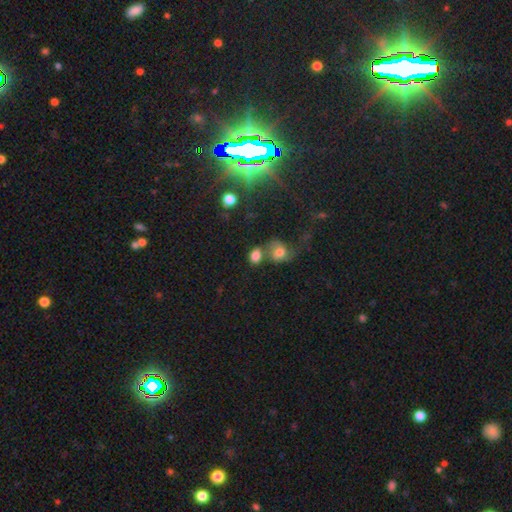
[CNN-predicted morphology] Overall: smooth (78%). How rounded: in between (59%; round 39%). Merging: none (41%; merger 39%).